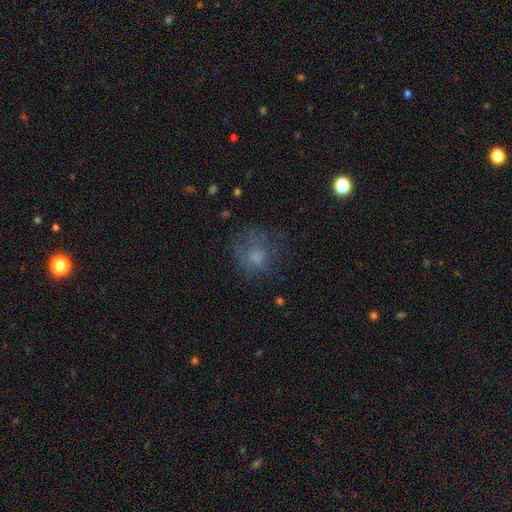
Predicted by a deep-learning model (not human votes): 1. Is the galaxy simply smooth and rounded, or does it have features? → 61% smooth, 23% featured or disk, 16% star or artifact.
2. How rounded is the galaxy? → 75% round, 24% in between, 1% cigar-shaped.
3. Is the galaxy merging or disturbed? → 55% none, 23% major disturbance, 21% minor disturbance, 2% merger.